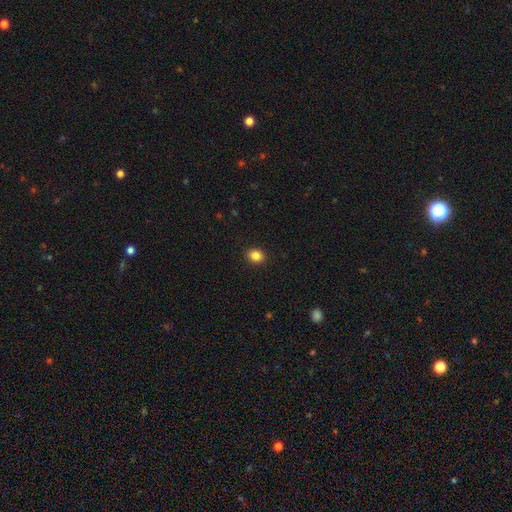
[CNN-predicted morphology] Smooth or featured? Predicted: smooth (p=0.85). How rounded? Predicted: round (p=0.57). Merging? Predicted: none (p=0.91).